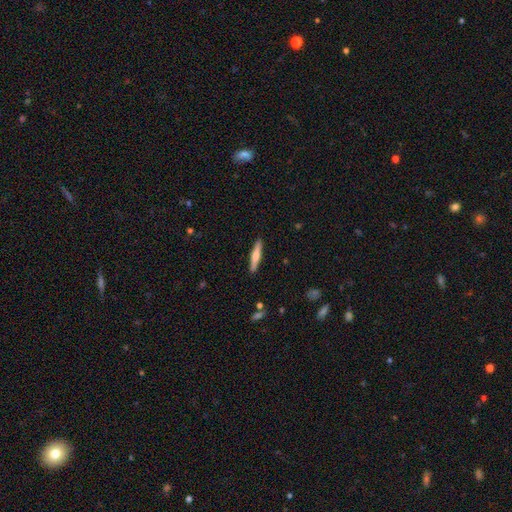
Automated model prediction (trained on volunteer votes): smooth_or_featured: smooth (p=0.50) [alt: featured or disk p=0.44]
how_rounded: cigar-shaped (p=0.90) [alt: in between p=0.08]
merging: none (p=0.91) [alt: minor disturbance p=0.07]